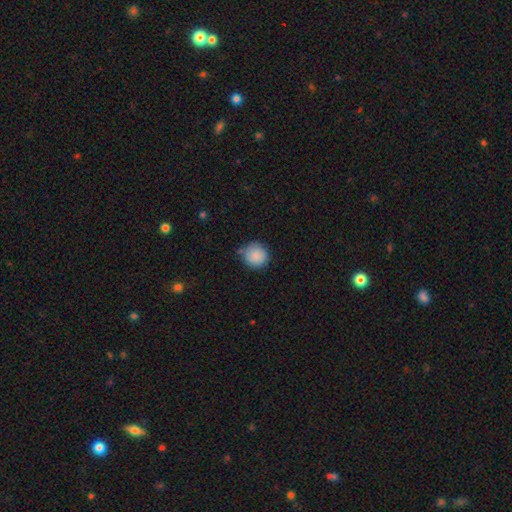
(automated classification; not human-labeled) This appears to be a smooth galaxy with no disk features (88%) that is round (91%). Merging: none (76%).